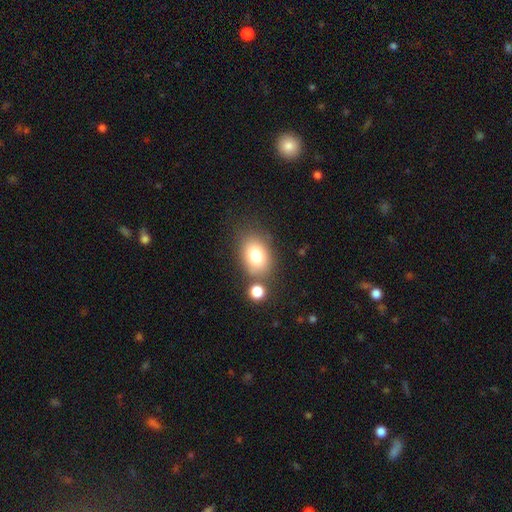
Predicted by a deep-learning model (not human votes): The model was most divided on "how rounded": in between: 72%, round: 27%, cigar-shaped: 1%. More confident: smooth or featured — smooth (78%); merging — none (69%).